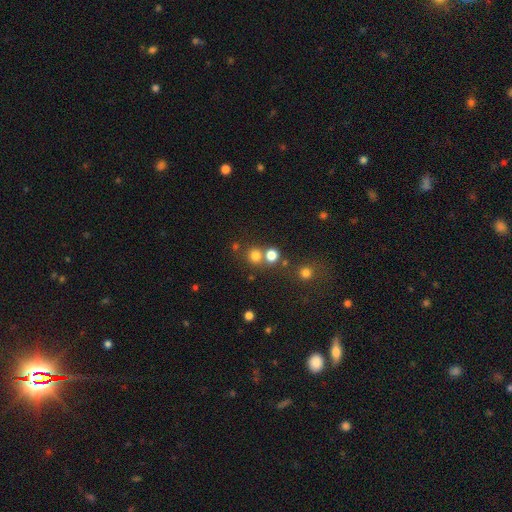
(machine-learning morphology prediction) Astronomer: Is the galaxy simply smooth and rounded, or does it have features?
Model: smooth — 75%.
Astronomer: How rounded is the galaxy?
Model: round — 89%.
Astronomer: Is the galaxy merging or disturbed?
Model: none — 65%.